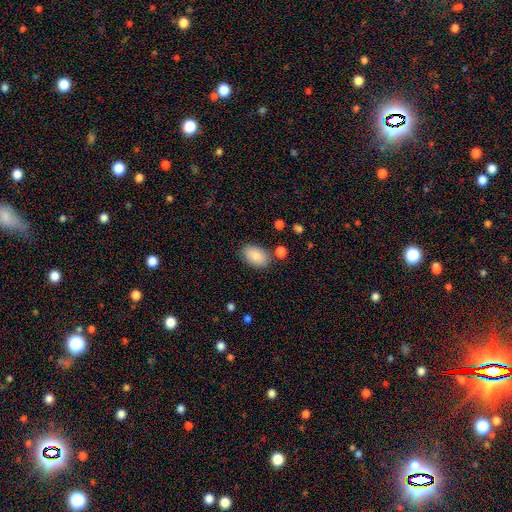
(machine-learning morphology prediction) Q: Smooth or featured?
A: smooth (85%); runner-up: featured or disk (8%)
Q: How rounded?
A: in between (91%); runner-up: round (8%)
Q: Merging?
A: none (81%); runner-up: minor disturbance (12%)